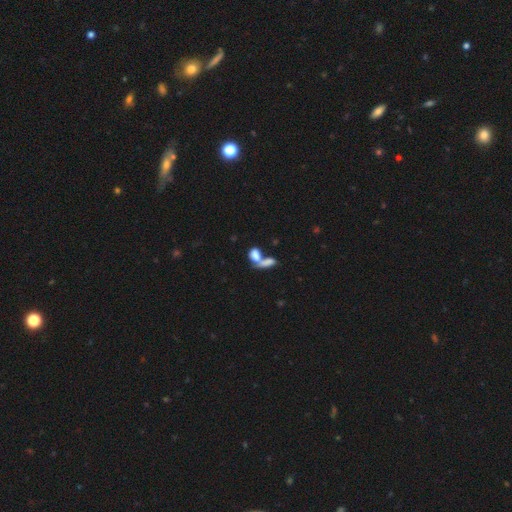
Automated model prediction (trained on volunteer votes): Smooth or featured? Predicted: smooth (p=0.78). How rounded? Predicted: in between (p=0.75). Merging? Predicted: merger (p=0.62).